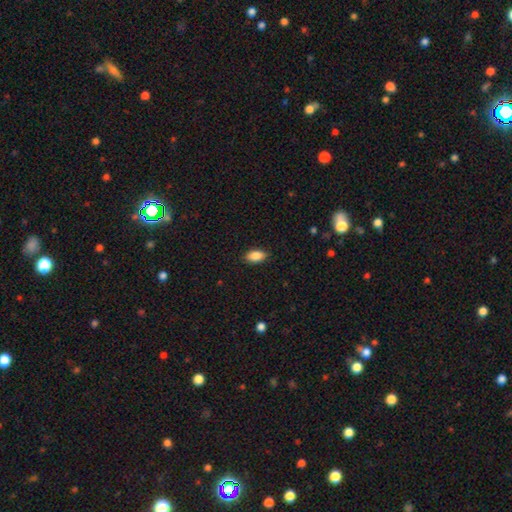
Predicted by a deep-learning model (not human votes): Smooth or featured?
  - smooth: 88% *
  - star or artifact: 7%
  - featured or disk: 5%
How rounded?
  - in between: 91% *
  - cigar-shaped: 5%
  - round: 4%
Merging?
  - none: 87% *
  - minor disturbance: 10%
  - major disturbance: 2%
  - merger: 1%